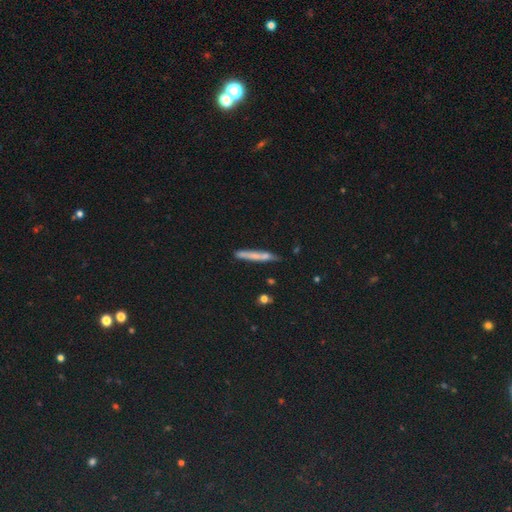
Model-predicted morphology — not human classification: The model was most divided on "smooth or featured": smooth: 59%, featured or disk: 27%, star or artifact: 15%. More confident: how rounded — cigar-shaped (92%); merging — none (77%).